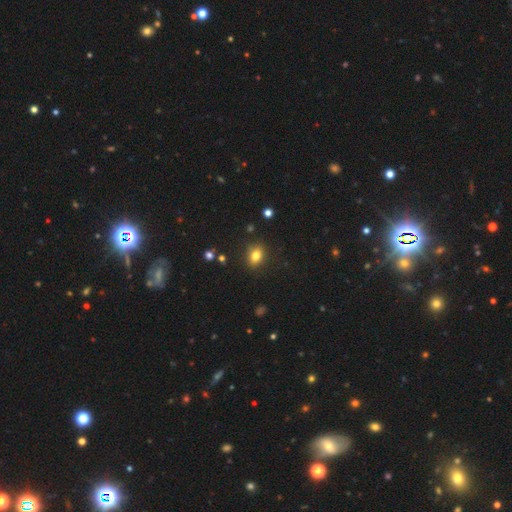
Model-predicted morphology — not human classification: A smooth galaxy with no disk features (81%) that is in between round and cigar-shaped (67%).

Vote fractions:
- Smooth or featured? smooth: 81% / star or artifact: 11% / featured or disk: 8%
- How rounded? in between: 67% / round: 31% / cigar-shaped: 2%
- Merging? none: 86% / minor disturbance: 10% / major disturbance: 3% / merger: 2%